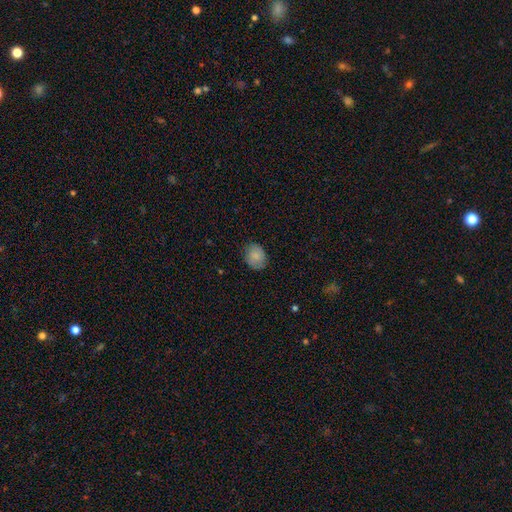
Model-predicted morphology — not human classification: Smooth or featured: smooth — 80% (featured or disk — 12%)
How rounded: round — 52% (in between — 47%)
Merging: none — 75% (minor disturbance — 20%)